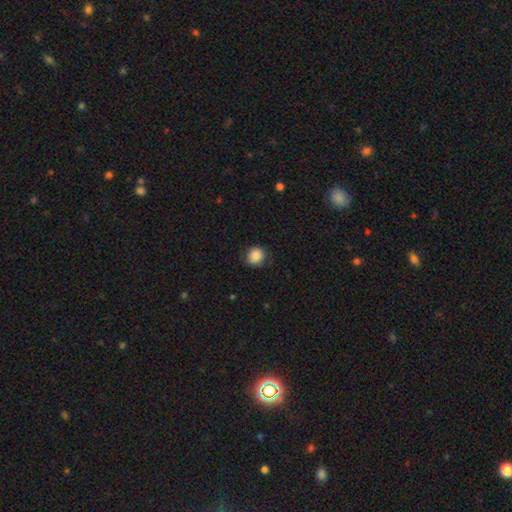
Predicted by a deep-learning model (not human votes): Smooth or featured? Predicted: smooth (p=0.87). How rounded? Predicted: round (p=0.82). Merging? Predicted: none (p=0.81).